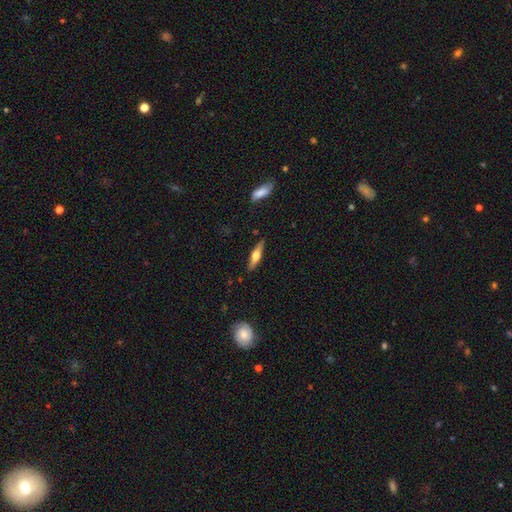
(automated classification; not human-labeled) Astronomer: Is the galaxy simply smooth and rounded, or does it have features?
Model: featured or disk — 57% (runner-up: smooth, 37%).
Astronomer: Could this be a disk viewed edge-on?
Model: yes — 95%.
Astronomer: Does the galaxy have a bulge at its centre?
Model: rounded — 92%.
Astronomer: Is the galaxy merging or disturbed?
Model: none — 86%.